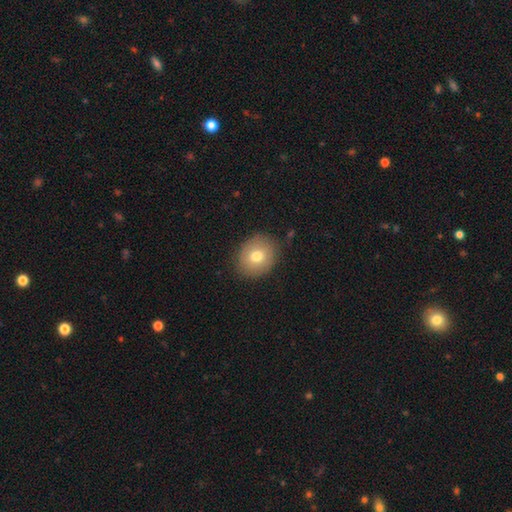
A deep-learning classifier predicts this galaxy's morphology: This is likely a smooth galaxy (74%). How rounded: likely round (69%). Merging: clearly none (87%).